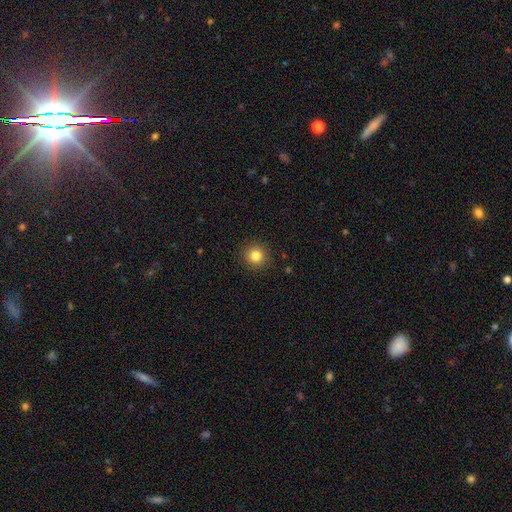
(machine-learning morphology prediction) Smooth or featured: smooth — 83% (star or artifact — 12%)
How rounded: round — 93% (in between — 6%)
Merging: none — 92% (minor disturbance — 6%)